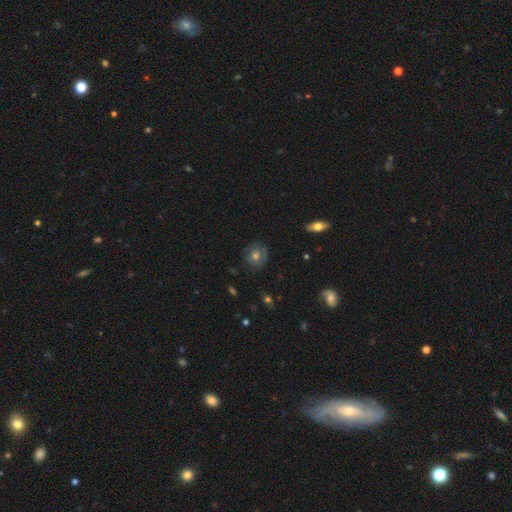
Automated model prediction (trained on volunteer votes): The model was most divided on "smooth or featured" (2-way tie): featured or disk: 43%, smooth: 43%, star or artifact: 14%. More confident: merging — none (80%).